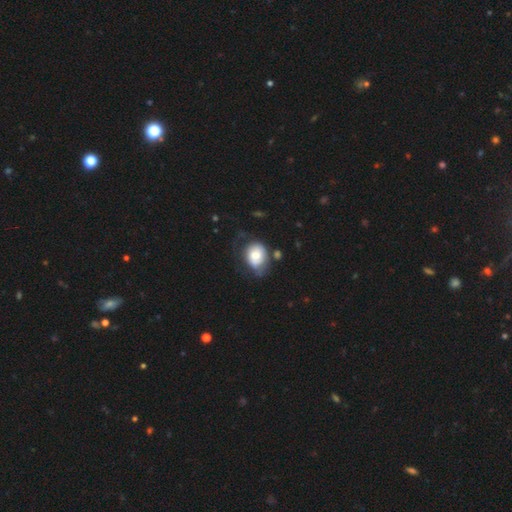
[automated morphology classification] Smooth or featured? Predicted: smooth (p=0.67). How rounded? Predicted: in between (p=0.53). Merging? Predicted: none (p=0.41).